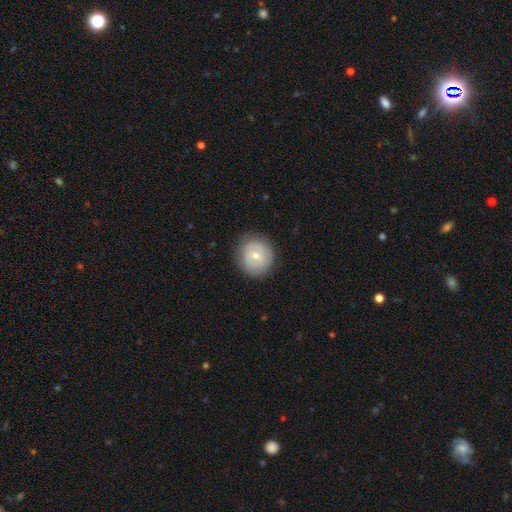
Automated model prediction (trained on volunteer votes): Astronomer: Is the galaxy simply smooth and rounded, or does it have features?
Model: smooth — 56% (runner-up: featured or disk, 37%).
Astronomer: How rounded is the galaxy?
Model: round — 87%.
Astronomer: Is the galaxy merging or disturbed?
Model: none — 83%.